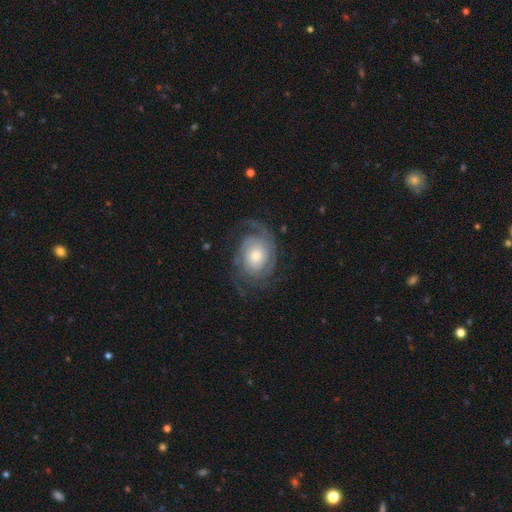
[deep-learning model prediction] Smooth or featured? Predicted: featured or disk (p=0.87). Edge-on disk? Predicted: no (p=0.97). Bar? Predicted: no (p=0.77). Spiral arms? Predicted: yes (p=0.97). Spiral winding? Predicted: tight (p=0.61). Spiral arm count? Predicted: 2 (p=0.36). Bulge size? Predicted: moderate (p=0.55). Merging? Predicted: none (p=0.73).